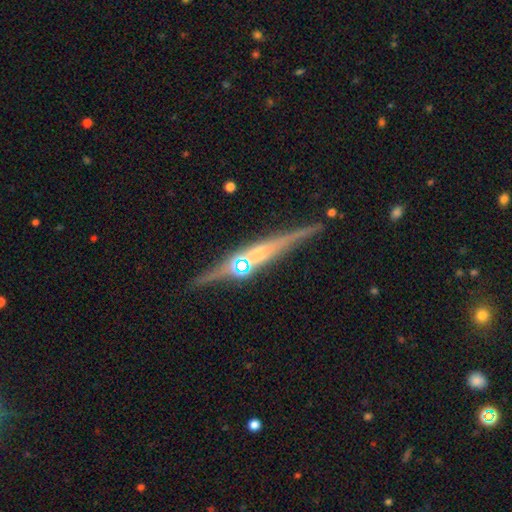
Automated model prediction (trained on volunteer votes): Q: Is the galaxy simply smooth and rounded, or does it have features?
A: featured or disk — 81%.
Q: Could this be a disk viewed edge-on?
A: yes — 97%.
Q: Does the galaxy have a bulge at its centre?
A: rounded — 74%.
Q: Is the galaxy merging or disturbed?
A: none — 80%.